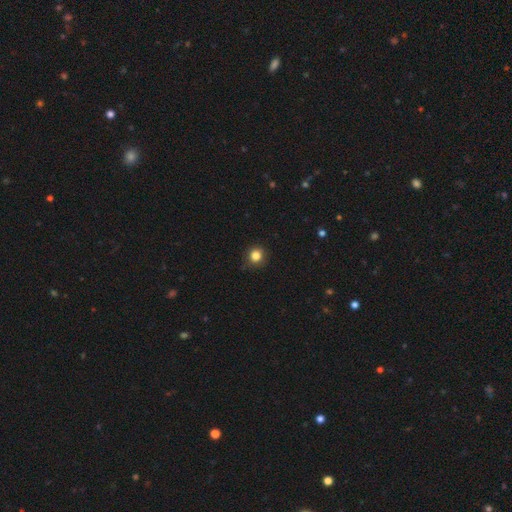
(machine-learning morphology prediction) The model was most divided on "smooth or featured": smooth: 83%, star or artifact: 12%, featured or disk: 4%. More confident: how rounded — round (90%); merging — none (86%).